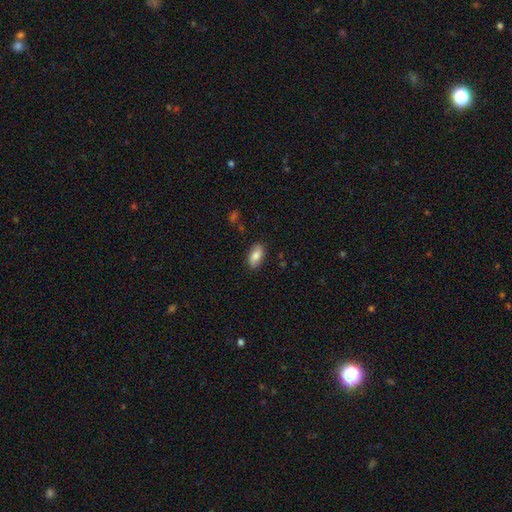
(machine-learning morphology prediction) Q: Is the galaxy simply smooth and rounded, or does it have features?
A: smooth — 79%.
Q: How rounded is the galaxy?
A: in between — 92%.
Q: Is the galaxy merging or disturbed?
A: none — 84%.